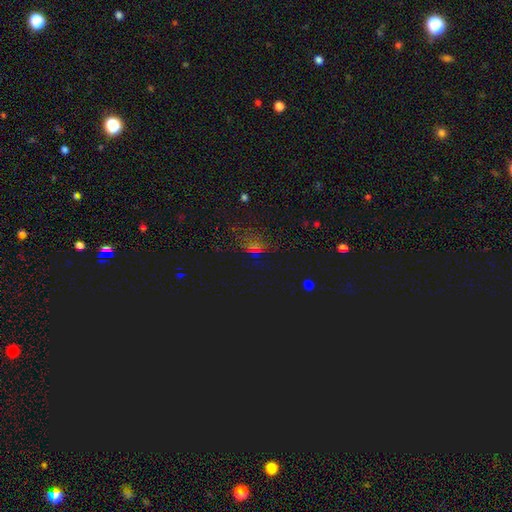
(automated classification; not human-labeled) Q: Smooth or featured?
A: star or artifact (61%); runner-up: smooth (31%)